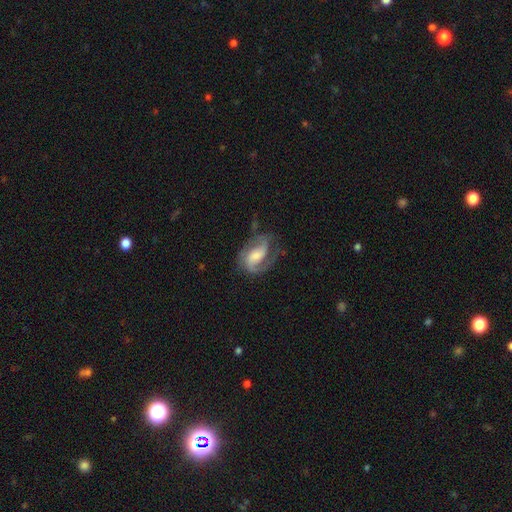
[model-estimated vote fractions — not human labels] smooth_or_featured: featured or disk (p=0.83) [alt: smooth p=0.11]
disk_edge_on: no (p=0.98) [alt: yes p=0.02]
bar: weak (p=0.44) [alt: no p=0.36]
has_spiral_arms: yes (p=0.96) [alt: no p=0.04]
spiral_winding: medium (p=0.52) [alt: tight p=0.26]
spiral_arm_count: 2 (p=0.80) [alt: 1 p=0.10]
bulge_size: moderate (p=0.37) [alt: small p=0.29]
merging: none (p=0.60) [alt: minor disturbance p=0.21]